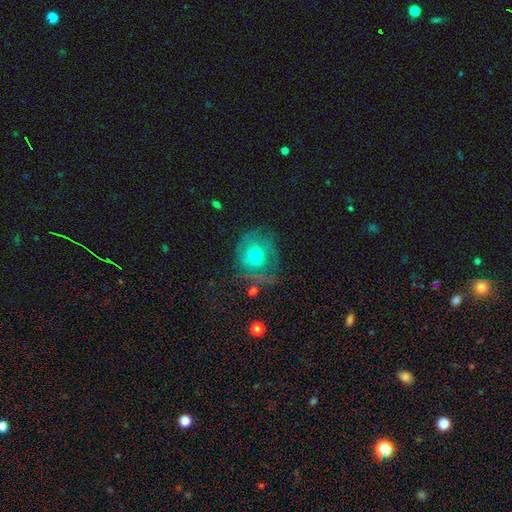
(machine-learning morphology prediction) Smooth or featured?
  - smooth: 46% *
  - featured or disk: 44%
  - star or artifact: 10%
Merging?
  - none: 53% *
  - minor disturbance: 25%
  - major disturbance: 18%
  - merger: 4%